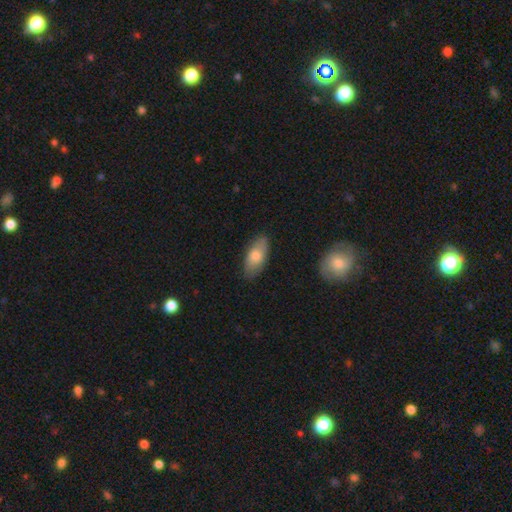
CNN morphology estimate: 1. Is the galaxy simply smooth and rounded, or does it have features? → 76% smooth, 18% featured or disk, 6% star or artifact.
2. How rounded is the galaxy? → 89% in between, 8% cigar-shaped, 3% round.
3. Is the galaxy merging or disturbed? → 84% none, 12% minor disturbance, 2% major disturbance, 1% merger.